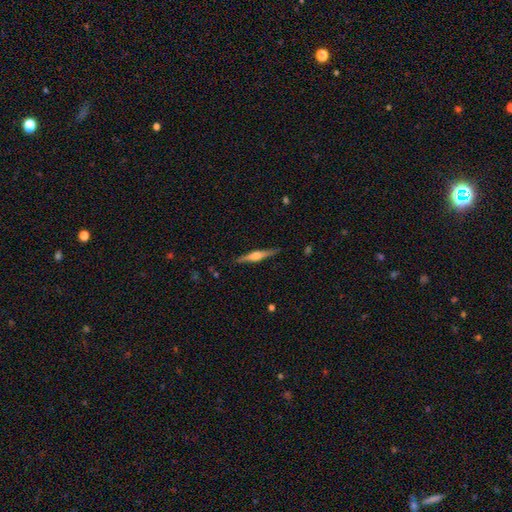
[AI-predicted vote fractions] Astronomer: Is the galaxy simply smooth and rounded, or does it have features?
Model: featured or disk — 70%.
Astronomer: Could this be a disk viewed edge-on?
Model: yes — 98%.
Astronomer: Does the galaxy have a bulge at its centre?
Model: rounded — 78%.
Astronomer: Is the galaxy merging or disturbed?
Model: none — 89%.